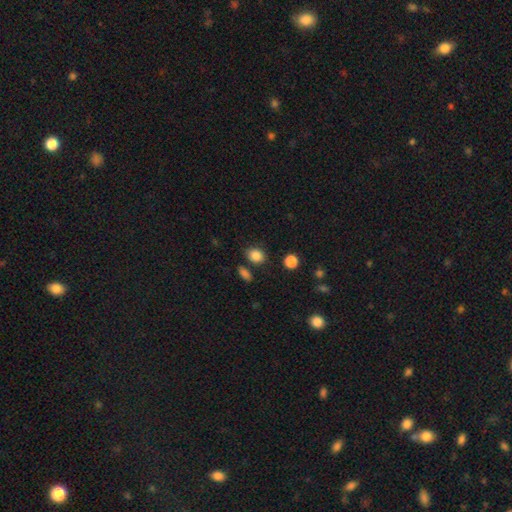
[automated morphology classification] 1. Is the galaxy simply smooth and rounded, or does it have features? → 85% smooth, 10% star or artifact, 4% featured or disk.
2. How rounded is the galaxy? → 54% in between, 45% round, 1% cigar-shaped.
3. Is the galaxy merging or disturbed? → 79% none, 12% minor disturbance, 6% merger, 4% major disturbance.